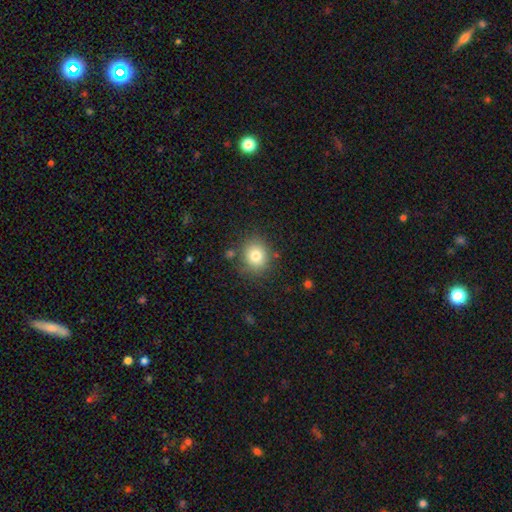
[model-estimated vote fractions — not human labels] Overall: smooth (79%). How rounded: round (76%). Merging: none (82%).